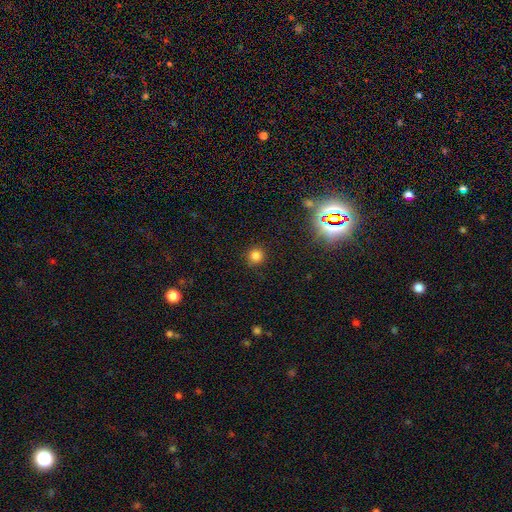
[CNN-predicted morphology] The model was most divided on "smooth or featured": smooth: 81%, star or artifact: 15%, featured or disk: 5%. More confident: how rounded — round (94%); merging — none (90%).